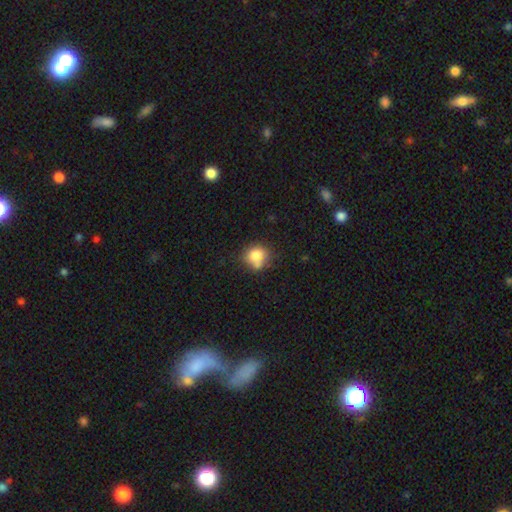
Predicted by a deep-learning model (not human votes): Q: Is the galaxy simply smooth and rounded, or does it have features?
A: smooth — 76%.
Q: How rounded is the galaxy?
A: round — 72%.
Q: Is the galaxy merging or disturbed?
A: none — 52%.